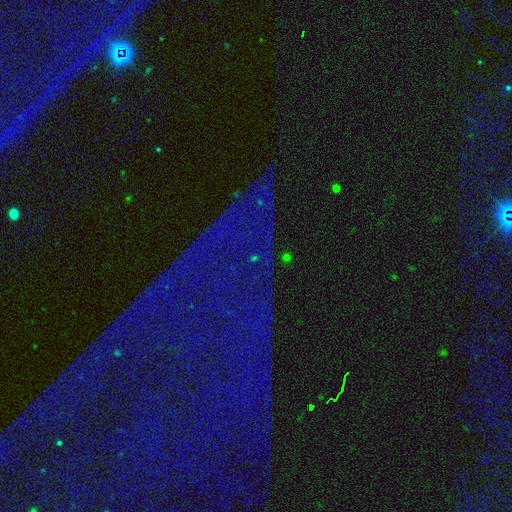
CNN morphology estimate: A star or artifact, not a galaxy (82%).

Vote fractions:
- Smooth or featured? star or artifact: 82% / featured or disk: 9% / smooth: 9%